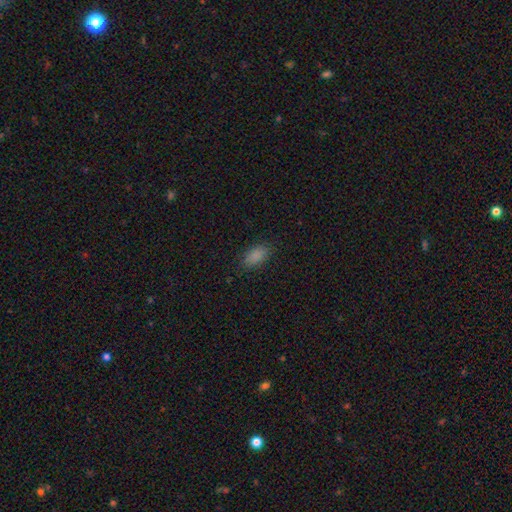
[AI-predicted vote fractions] Smooth or featured? Predicted: smooth (p=0.86). How rounded? Predicted: in between (p=0.91). Merging? Predicted: none (p=0.84).